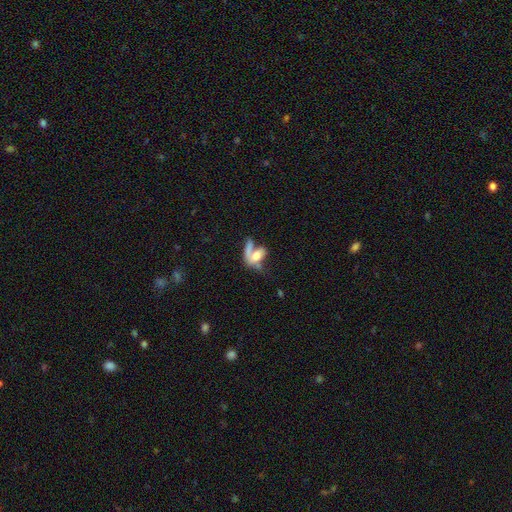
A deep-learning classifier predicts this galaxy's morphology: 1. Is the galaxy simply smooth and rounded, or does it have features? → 59% smooth, 31% featured or disk, 10% star or artifact.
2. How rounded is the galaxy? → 73% in between, 14% cigar-shaped, 13% round.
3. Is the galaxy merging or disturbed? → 44% merger, 24% none, 20% major disturbance, 12% minor disturbance.